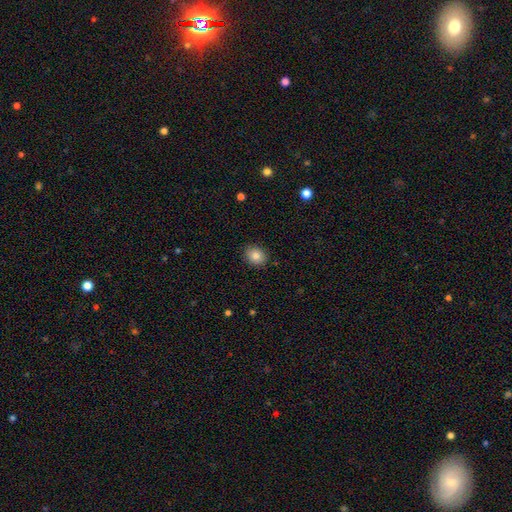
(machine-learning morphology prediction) smooth-or-featured: smooth: 84% | star or artifact: 9% | featured or disk: 6%
  how-rounded: round: 65% | in between: 35% | cigar-shaped: 1%
  merging: none: 89% | minor disturbance: 8% | major disturbance: 2% | merger: 1%